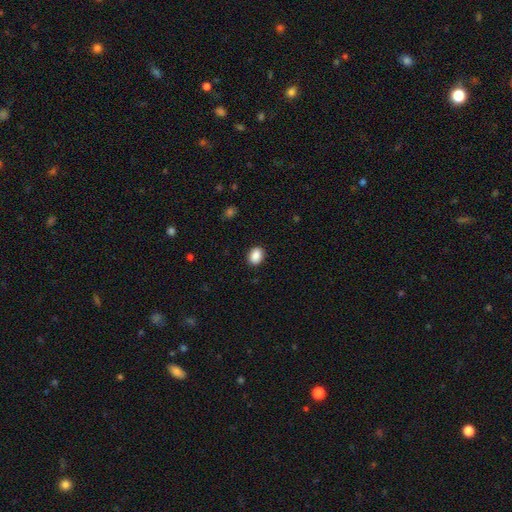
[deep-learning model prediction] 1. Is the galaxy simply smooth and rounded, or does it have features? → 89% smooth, 8% star or artifact, 3% featured or disk.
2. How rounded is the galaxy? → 66% in between, 33% round, 1% cigar-shaped.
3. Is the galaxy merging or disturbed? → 90% none, 7% minor disturbance, 2% major disturbance, 1% merger.